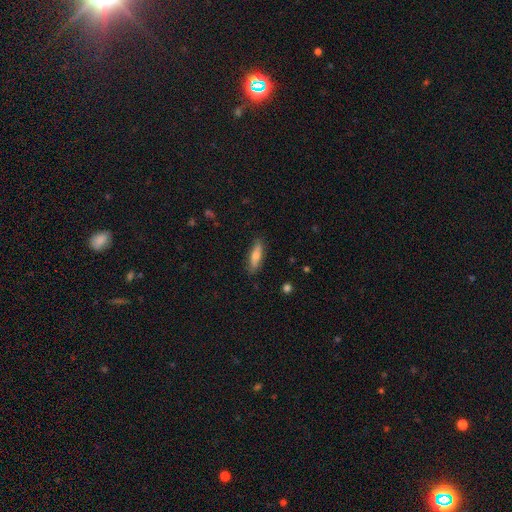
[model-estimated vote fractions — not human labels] Morphology: type=smooth (66%); roundness=cigar-shaped (63%); merging=none (85%).